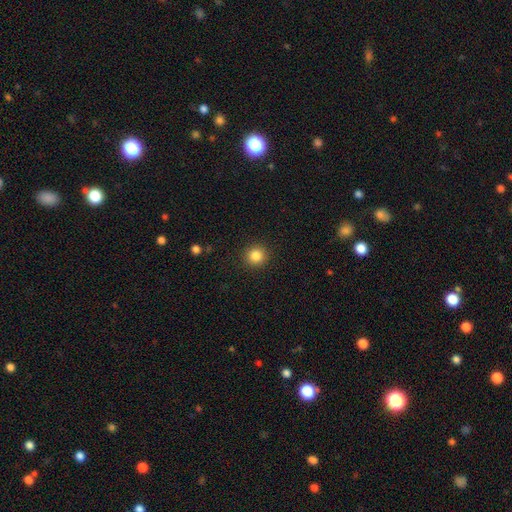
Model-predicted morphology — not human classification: Overall: smooth (84%). How rounded: round (93%). Merging: none (92%).